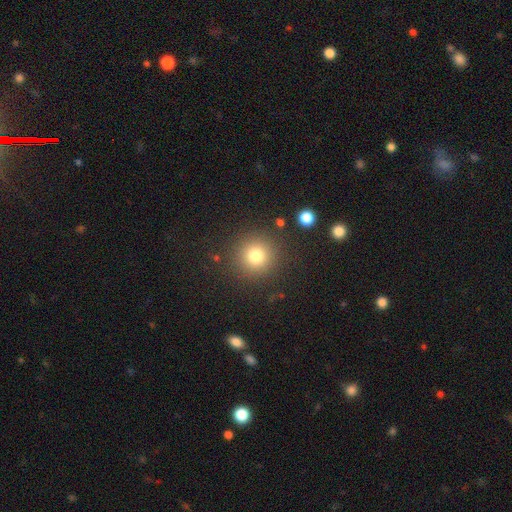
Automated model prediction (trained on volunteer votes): smooth 78%, star or artifact 14%, featured or disk 8%. Down the decision tree: how rounded — round (94%); merging — none (88%).